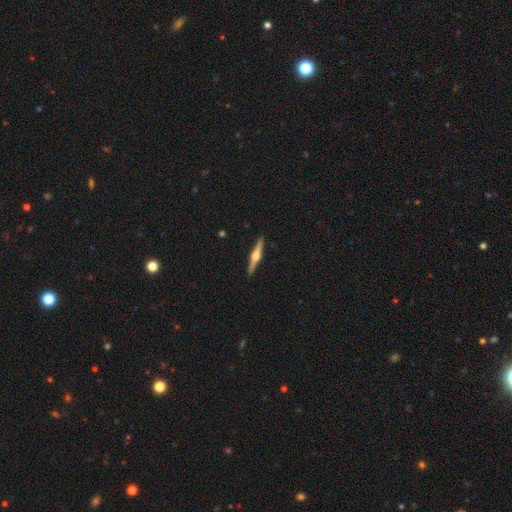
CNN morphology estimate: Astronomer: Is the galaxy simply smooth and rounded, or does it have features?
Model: featured or disk — 78%.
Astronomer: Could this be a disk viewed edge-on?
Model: yes — 98%.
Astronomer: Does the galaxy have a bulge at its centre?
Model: rounded — 93%.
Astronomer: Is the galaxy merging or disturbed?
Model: none — 92%.